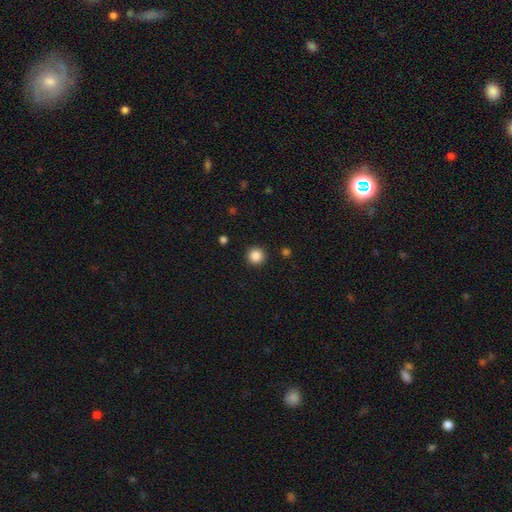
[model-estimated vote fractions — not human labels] smooth 86%, star or artifact 11%, featured or disk 3%. Down the decision tree: how rounded — round (96%); merging — none (92%).